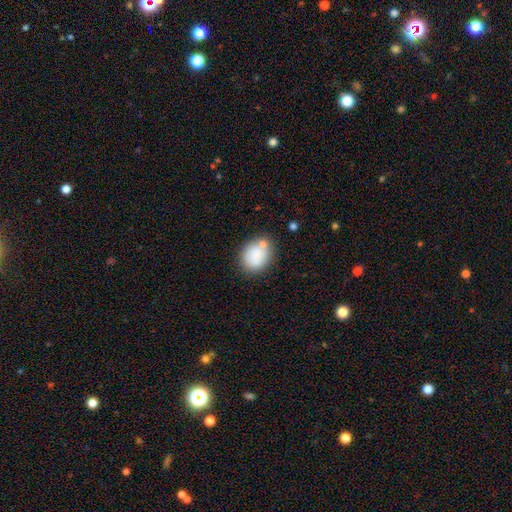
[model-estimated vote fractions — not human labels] Smooth or featured? smooth (83%)
How rounded? in between (50%)
Merging? none (63%)